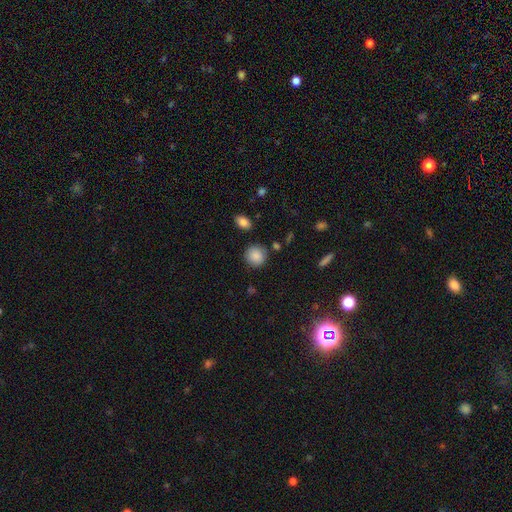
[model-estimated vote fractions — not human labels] A smooth galaxy with no disk features (87%) that is round (88%). Merging: none (83%).